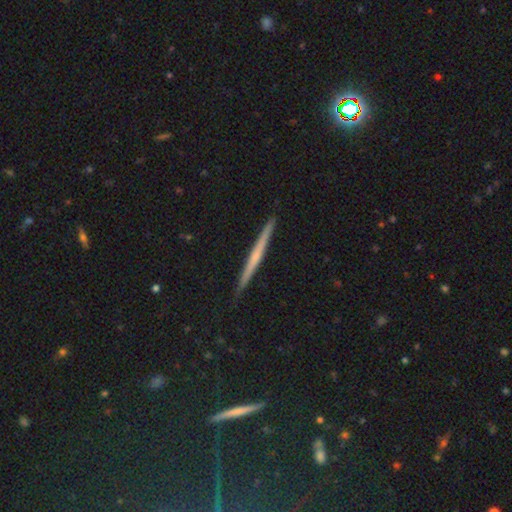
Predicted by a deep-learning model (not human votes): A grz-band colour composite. It shows a featured or disk galaxy (61%) viewed edge-on (98%) with no central bulge (65%). Merging: none (92%).